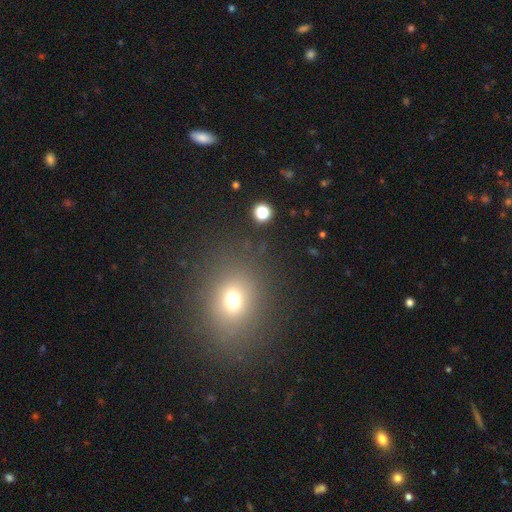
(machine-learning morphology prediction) This is likely a smooth galaxy (61%). How rounded: possibly round (52%). Merging: clearly none (88%).